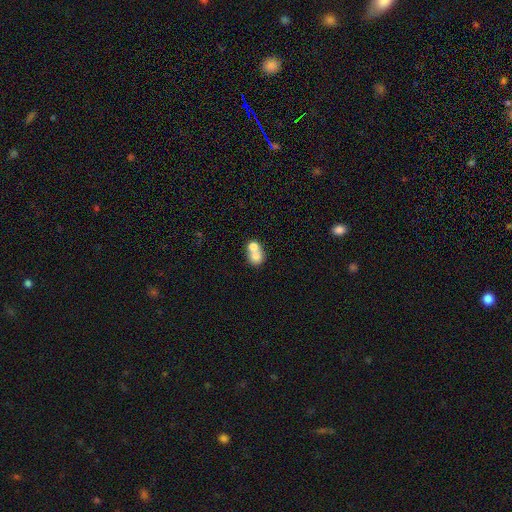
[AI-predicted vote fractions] Q: Smooth or featured?
A: smooth (73%); runner-up: featured or disk (18%)
Q: How rounded?
A: round (71%); runner-up: in between (28%)
Q: Merging?
A: merger (67%); runner-up: none (24%)